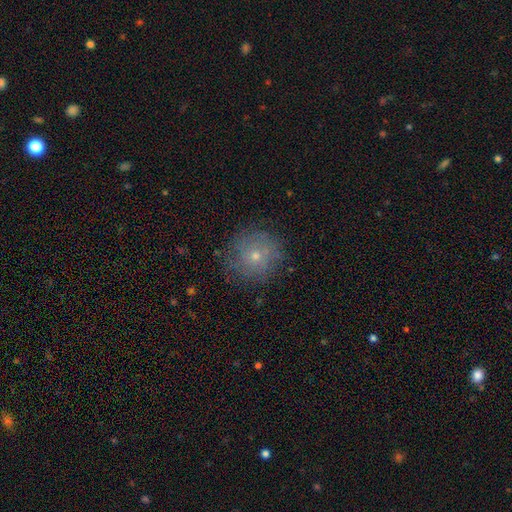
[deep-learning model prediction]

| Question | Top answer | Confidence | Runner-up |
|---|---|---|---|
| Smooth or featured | smooth | 59% | featured or disk (27%) |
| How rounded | round | 92% | in between (7%) |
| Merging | none | 79% | minor disturbance (14%) |